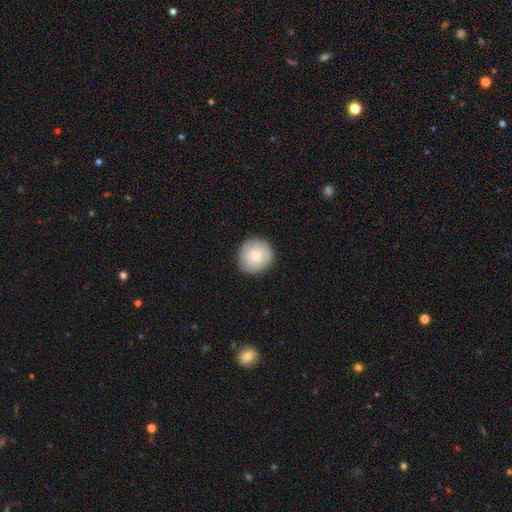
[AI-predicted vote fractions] Q: Smooth or featured?
A: smooth (72%); runner-up: featured or disk (22%)
Q: How rounded?
A: round (93%); runner-up: in between (6%)
Q: Merging?
A: none (88%); runner-up: minor disturbance (9%)